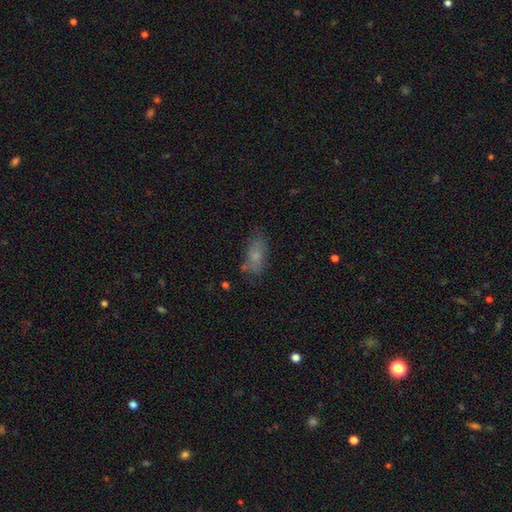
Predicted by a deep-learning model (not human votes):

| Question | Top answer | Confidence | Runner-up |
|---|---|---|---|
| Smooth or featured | smooth | 73% | featured or disk (17%) |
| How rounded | in between | 81% | cigar-shaped (15%) |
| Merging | none | 65% | minor disturbance (22%) |